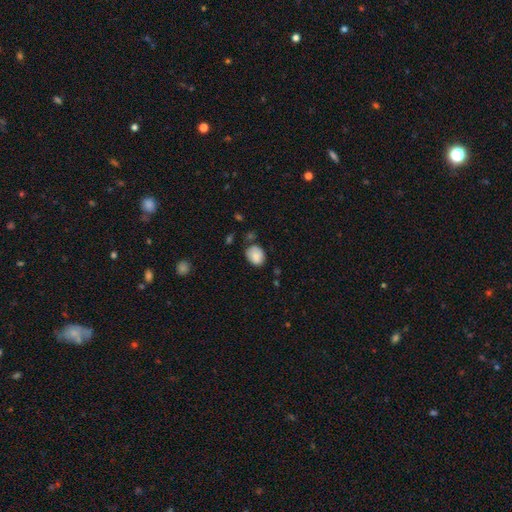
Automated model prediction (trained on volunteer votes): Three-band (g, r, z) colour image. It shows a smooth galaxy with no disk features (83%) that is in between round and cigar-shaped (56%). Merging: none (67%).